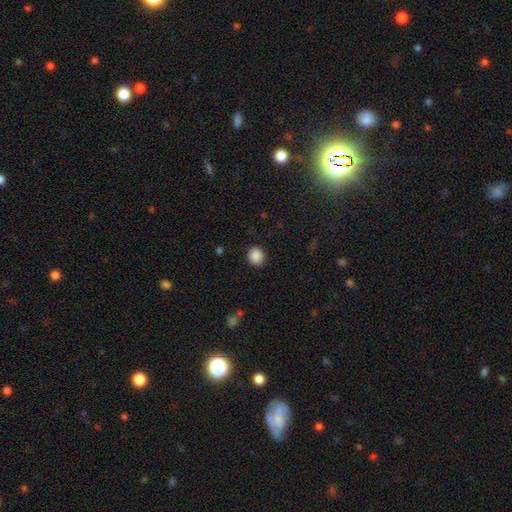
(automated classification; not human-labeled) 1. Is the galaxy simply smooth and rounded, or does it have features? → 88% smooth, 9% star or artifact, 3% featured or disk.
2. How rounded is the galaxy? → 84% round, 15% in between, 1% cigar-shaped.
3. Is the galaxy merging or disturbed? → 90% none, 7% minor disturbance, 2% major disturbance, 1% merger.